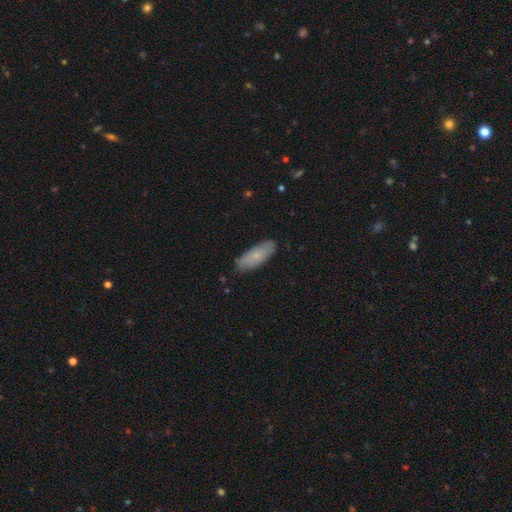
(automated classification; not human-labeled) A smooth galaxy with no disk features (69%) that is in between round and cigar-shaped (71%).

Vote fractions:
- Smooth or featured? smooth: 69% / featured or disk: 24% / star or artifact: 6%
- How rounded? in between: 71% / cigar-shaped: 26% / round: 2%
- Merging? none: 84% / minor disturbance: 13% / major disturbance: 2% / merger: 1%